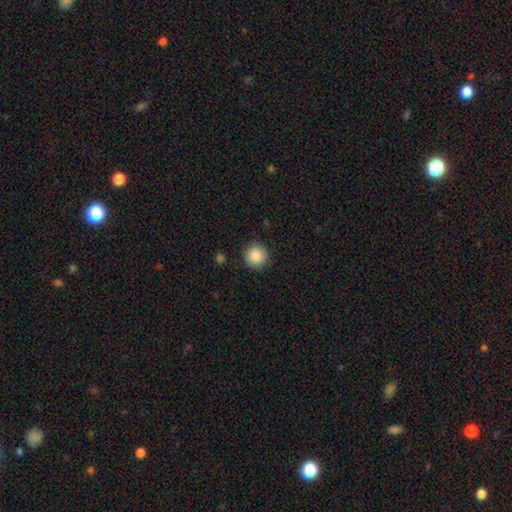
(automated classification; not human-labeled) smooth 88%, star or artifact 9%, featured or disk 4%. Down the decision tree: how rounded — round (95%); merging — none (91%).